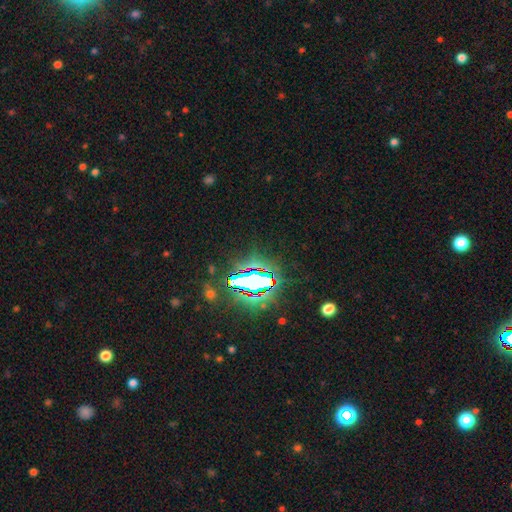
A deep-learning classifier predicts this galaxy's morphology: This appears to be a star or artifact, not a galaxy (83%).